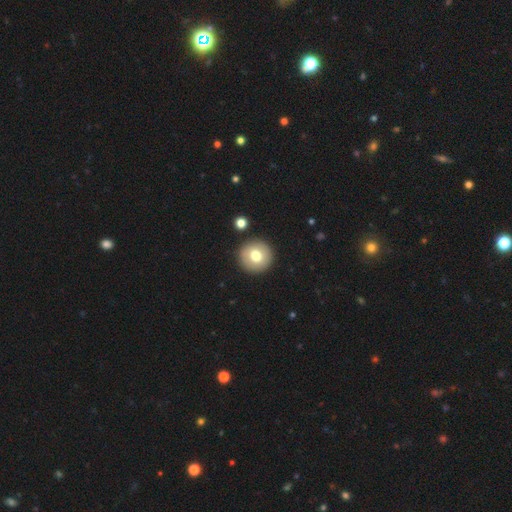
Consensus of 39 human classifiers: Volunteers were most divided on "smooth or featured": smooth: 87%, featured or disk: 13%, star or artifact: 0%. More confident: how rounded — round (100%); merging — none (92%).